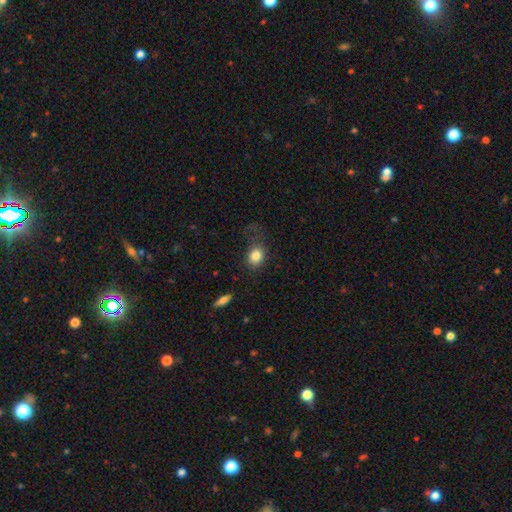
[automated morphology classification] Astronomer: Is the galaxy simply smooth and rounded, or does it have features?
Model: smooth — 83%.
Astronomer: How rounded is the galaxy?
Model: in between — 52% (runner-up: round, 47%).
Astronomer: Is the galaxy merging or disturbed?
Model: none — 52%.